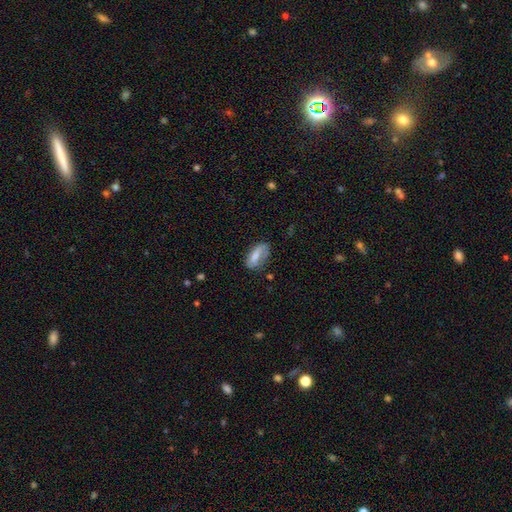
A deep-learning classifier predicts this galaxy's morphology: Smooth or featured? smooth (70%)
How rounded? in between (85%)
Merging? none (56%)